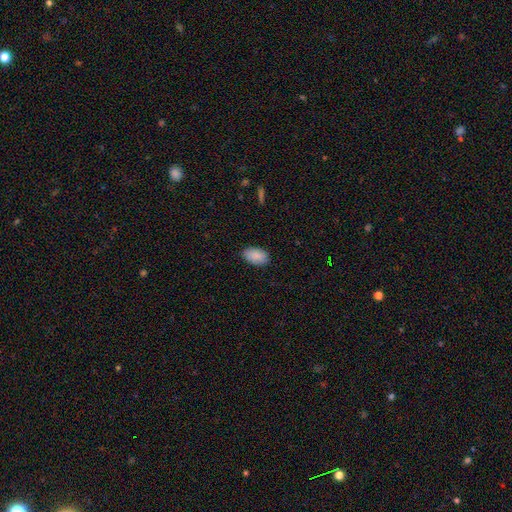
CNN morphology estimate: A smooth galaxy with no disk features (90%) that is in between round and cigar-shaped (94%).

Vote fractions:
- Smooth or featured? smooth: 90% / star or artifact: 6% / featured or disk: 4%
- How rounded? in between: 94% / round: 5% / cigar-shaped: 1%
- Merging? none: 85% / minor disturbance: 12% / major disturbance: 2% / merger: 1%